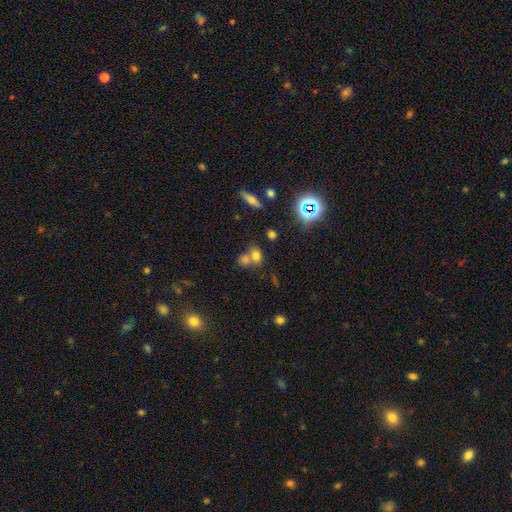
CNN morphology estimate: Smooth or featured? smooth (67%)
How rounded? in between (50%)
Merging? merger (50%)